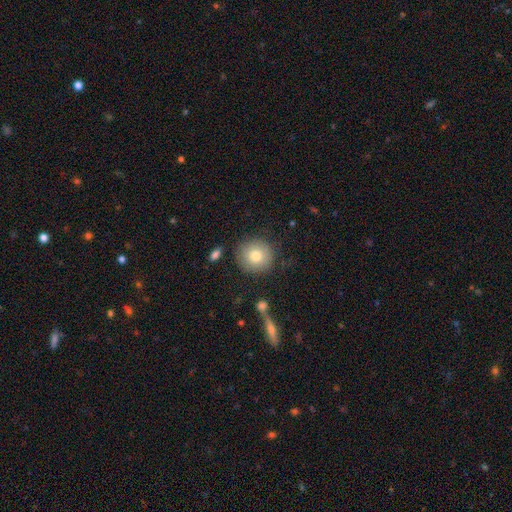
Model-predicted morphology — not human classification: Smooth or featured?
  - smooth: 79% *
  - featured or disk: 12%
  - star or artifact: 8%
How rounded?
  - round: 92% *
  - in between: 7%
  - cigar-shaped: 1%
Merging?
  - none: 84% *
  - minor disturbance: 10%
  - major disturbance: 3%
  - merger: 3%